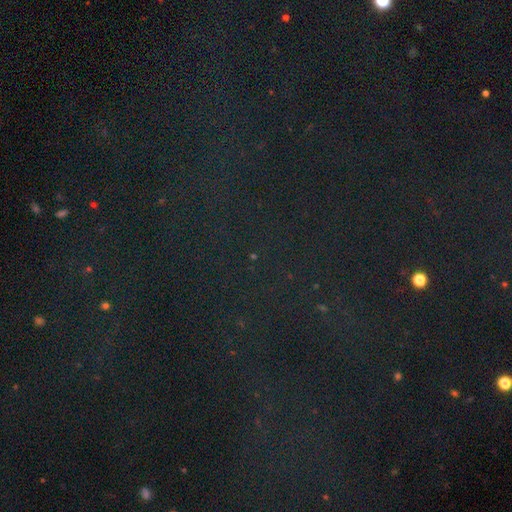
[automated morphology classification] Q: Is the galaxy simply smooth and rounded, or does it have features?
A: star or artifact — 82%.